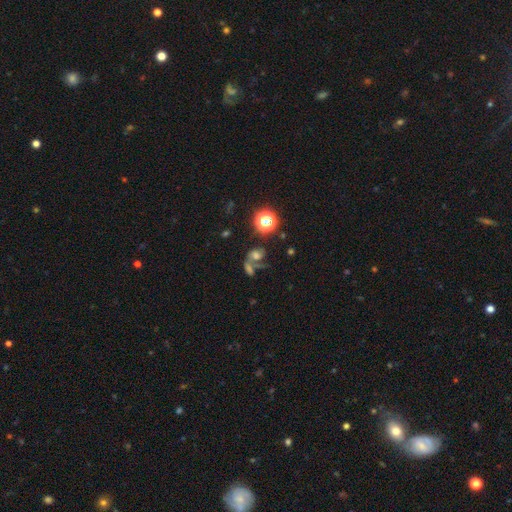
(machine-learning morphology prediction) A smooth galaxy with no disk features (42%). Merging: merger (49%).